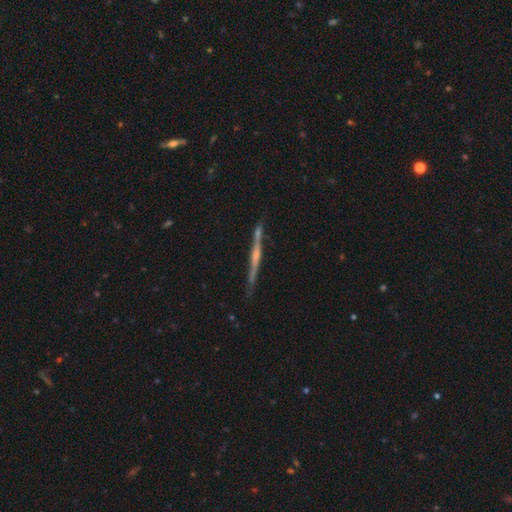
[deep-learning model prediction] Overall: featured or disk (73%). Edge-on disk: yes (97%). Edge-on bulge: rounded (42%, tied with none). Merging: none (81%).